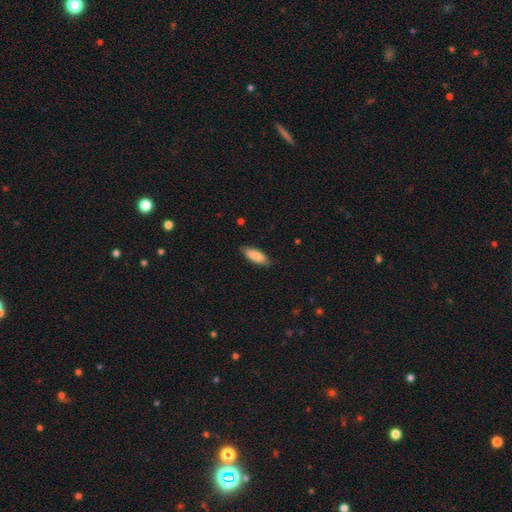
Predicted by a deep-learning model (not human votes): Smooth or featured: smooth — 87% (featured or disk — 8%)
How rounded: in between — 75% (cigar-shaped — 24%)
Merging: none — 82% (minor disturbance — 14%)